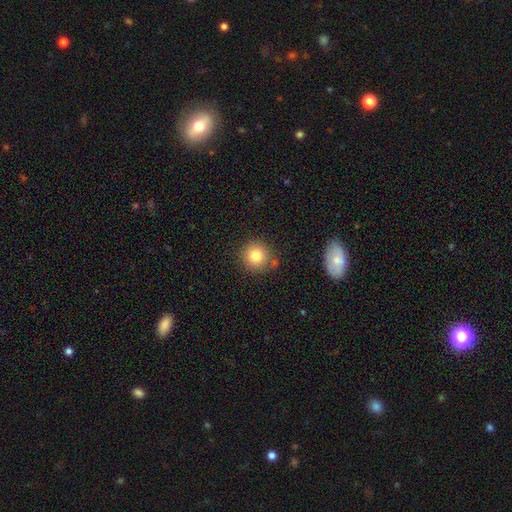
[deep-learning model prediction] Morphology: type=smooth (80%); roundness=round (93%); merging=none (81%).